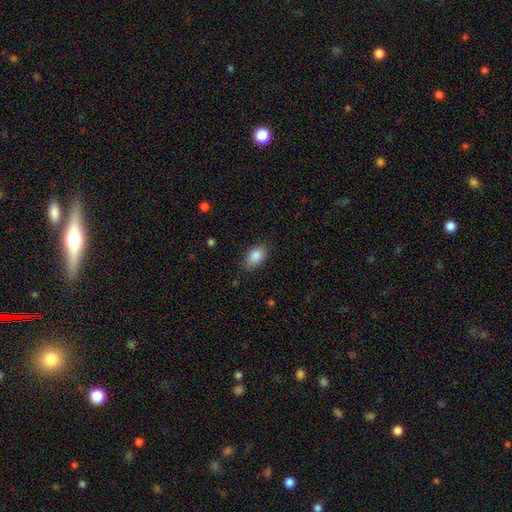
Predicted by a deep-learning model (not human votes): Overall: smooth (87%). How rounded: in between (90%). Merging: none (79%).